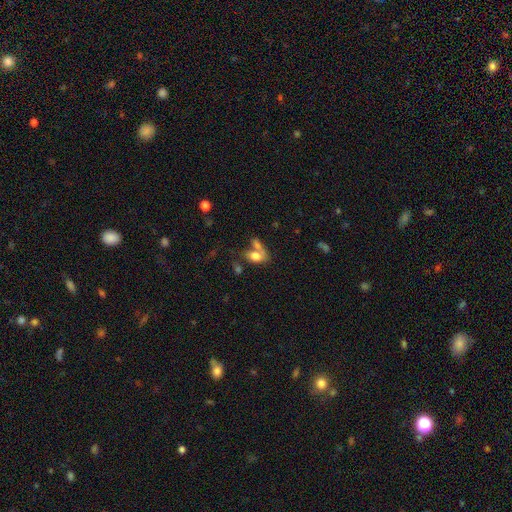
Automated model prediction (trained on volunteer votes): This appears to be a smooth galaxy with no disk features (73%) that is in between round and cigar-shaped (83%). Merging: merger (45%).